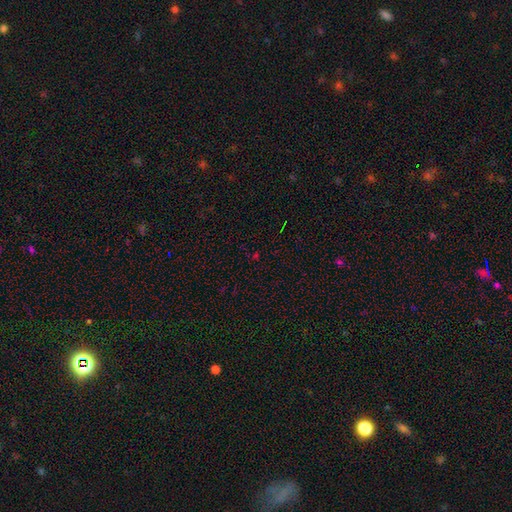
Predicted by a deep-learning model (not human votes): A star or artifact, not a galaxy (65%).